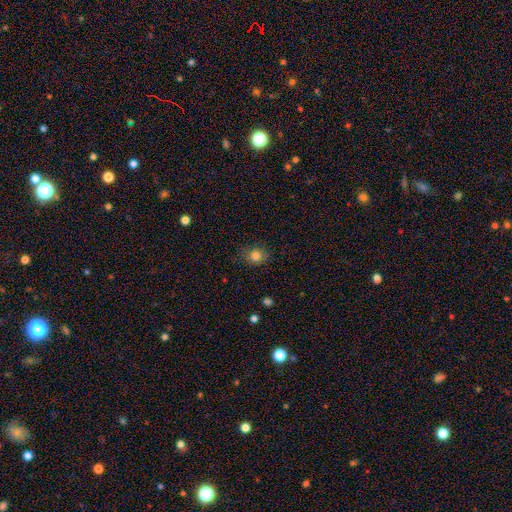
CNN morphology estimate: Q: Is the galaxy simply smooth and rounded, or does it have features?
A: smooth — 81%.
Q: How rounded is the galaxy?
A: round — 68%.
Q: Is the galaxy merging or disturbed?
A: none — 75%.